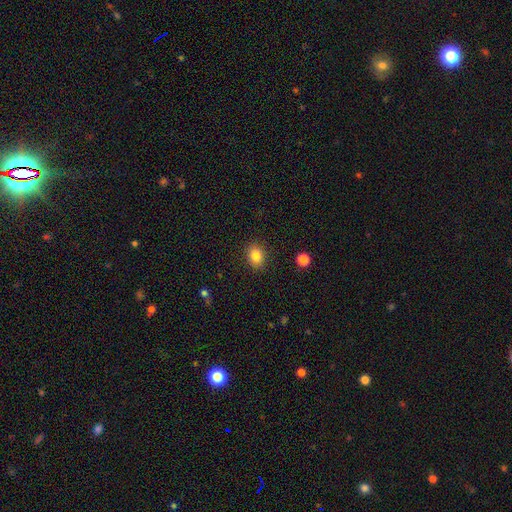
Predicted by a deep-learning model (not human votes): smooth 85%, star or artifact 10%, featured or disk 5%. Down the decision tree: how rounded — in between (60%); merging — none (87%).